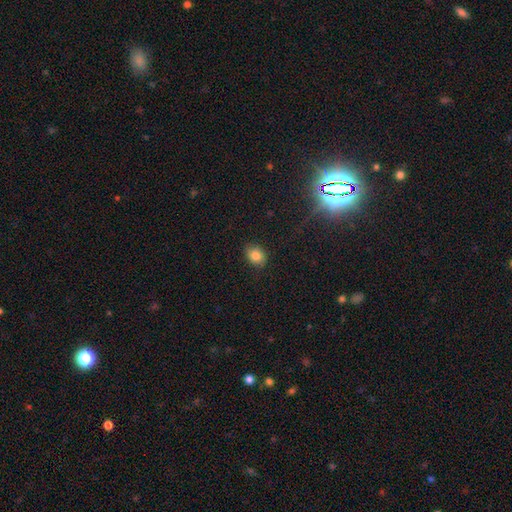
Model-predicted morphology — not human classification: A smooth galaxy with no disk features (83%) that is in between round and cigar-shaped (55%). Merging: none (83%).